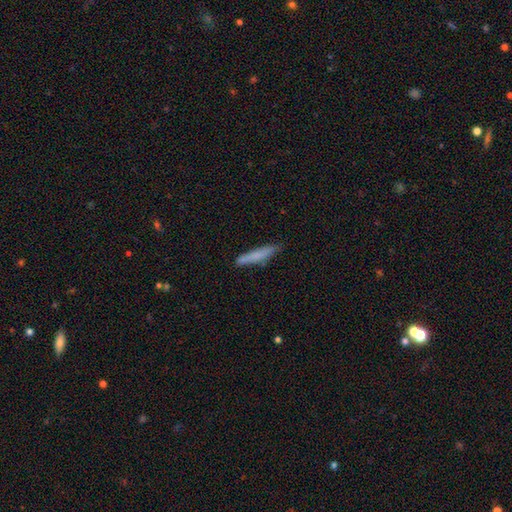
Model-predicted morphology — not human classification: The model was most divided on "smooth or featured": smooth: 76%, featured or disk: 18%, star or artifact: 7%. More confident: how rounded — cigar-shaped (93%); merging — none (84%).